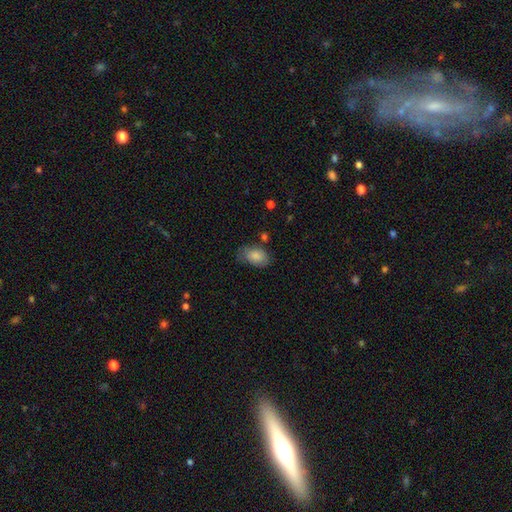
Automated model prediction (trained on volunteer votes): Q: Smooth or featured?
A: smooth (83%); runner-up: featured or disk (9%)
Q: How rounded?
A: in between (89%); runner-up: round (10%)
Q: Merging?
A: none (57%); runner-up: minor disturbance (31%)